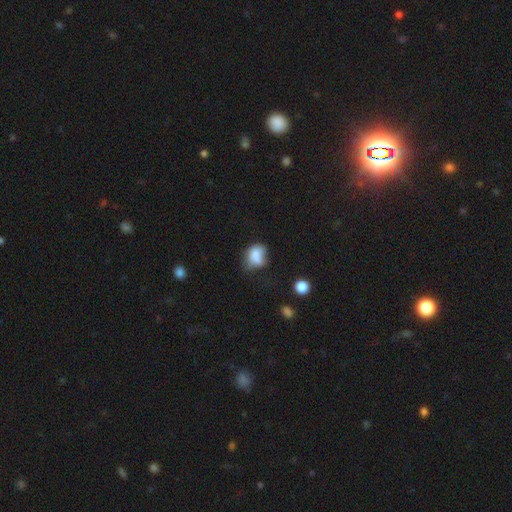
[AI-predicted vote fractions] smooth 75%, featured or disk 15%, star or artifact 10%. Down the decision tree: how rounded — in between (60%); merging — minor disturbance (36%).